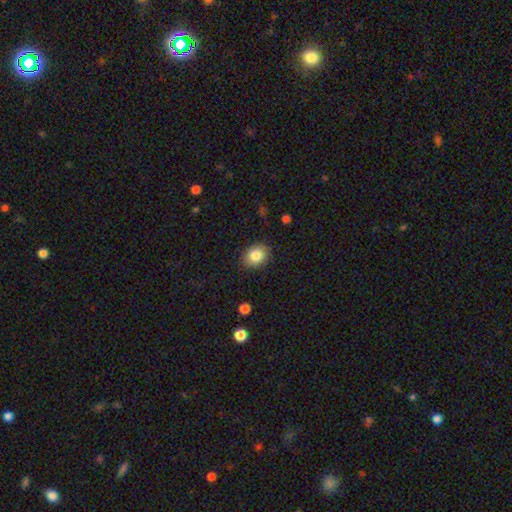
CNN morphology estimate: type=smooth (84%); roundness=in between (53%); merging=none (87%).